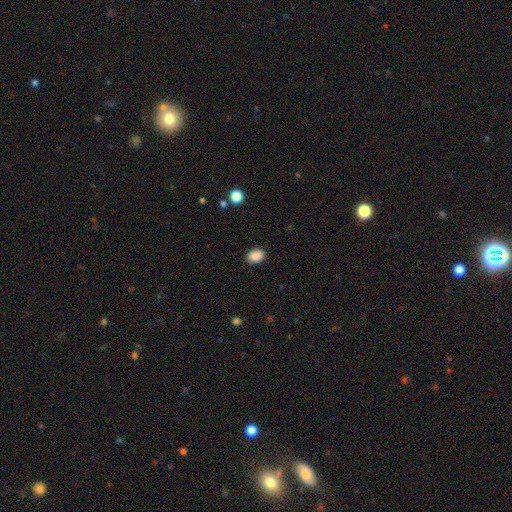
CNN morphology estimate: Smooth or featured: smooth — 89% (star or artifact — 9%)
How rounded: in between — 73% (round — 26%)
Merging: none — 88% (minor disturbance — 8%)